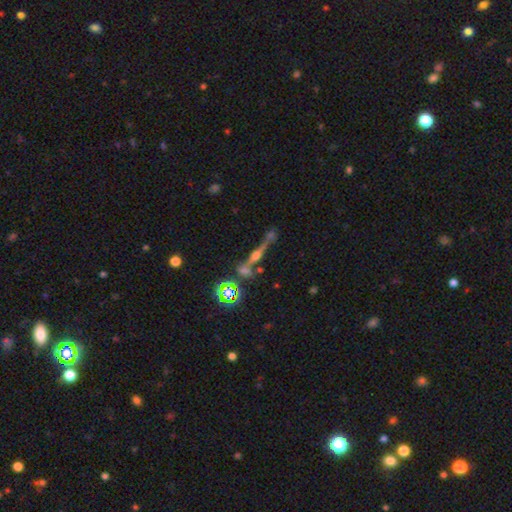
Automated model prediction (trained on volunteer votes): Smooth or featured? Predicted: featured or disk (p=0.57). Edge-on disk? Predicted: yes (p=0.85). Merging? Predicted: none (p=0.54).